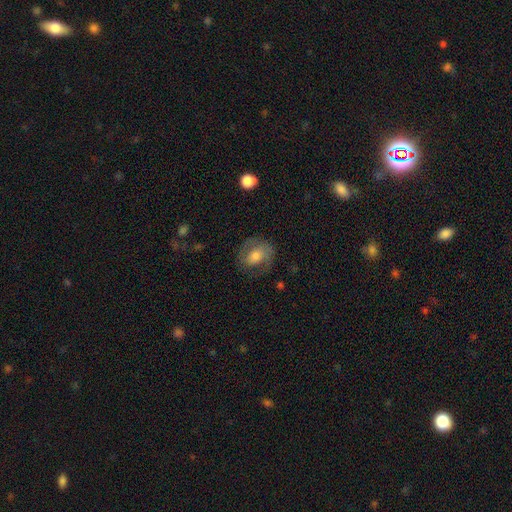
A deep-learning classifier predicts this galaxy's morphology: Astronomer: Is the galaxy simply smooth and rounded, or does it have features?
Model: smooth — 47% (runner-up: featured or disk, 45%).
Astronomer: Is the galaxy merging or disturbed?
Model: none — 67%.